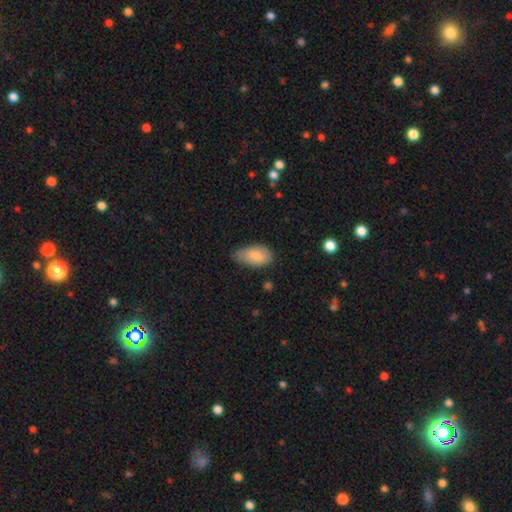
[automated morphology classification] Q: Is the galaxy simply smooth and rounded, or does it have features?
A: smooth — 81%.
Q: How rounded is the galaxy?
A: in between — 93%.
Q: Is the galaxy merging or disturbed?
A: none — 51%.